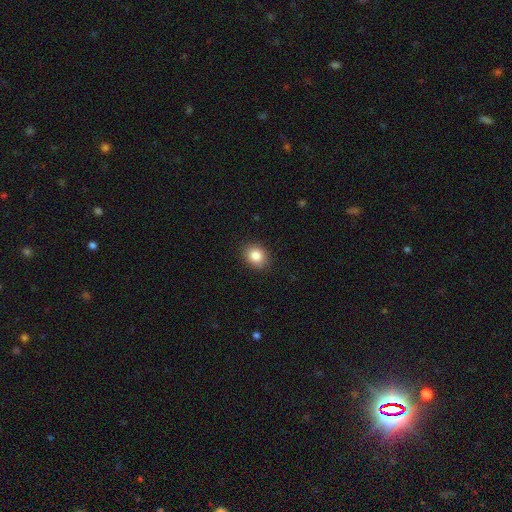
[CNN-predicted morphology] type=smooth (85%); roundness=round (59%); merging=none (88%).